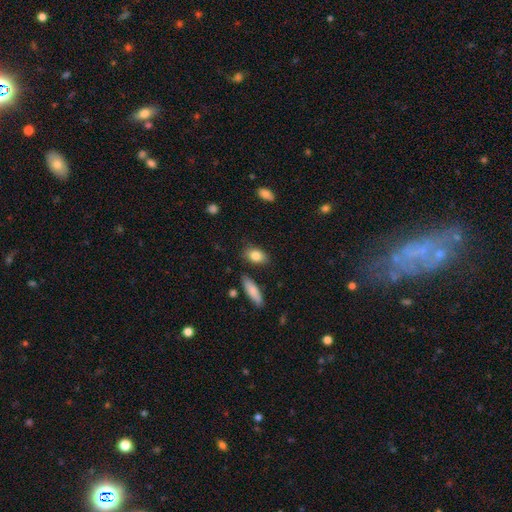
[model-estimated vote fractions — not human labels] smooth 83%, featured or disk 9%, star or artifact 7%. Down the decision tree: how rounded — in between (83%); merging — none (82%).